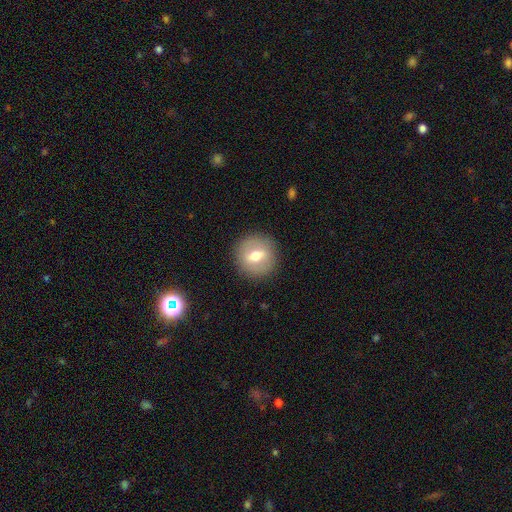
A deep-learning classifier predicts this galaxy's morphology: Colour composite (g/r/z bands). It shows a smooth galaxy with no disk features (55%) that is round (88%). Merging: none (89%).